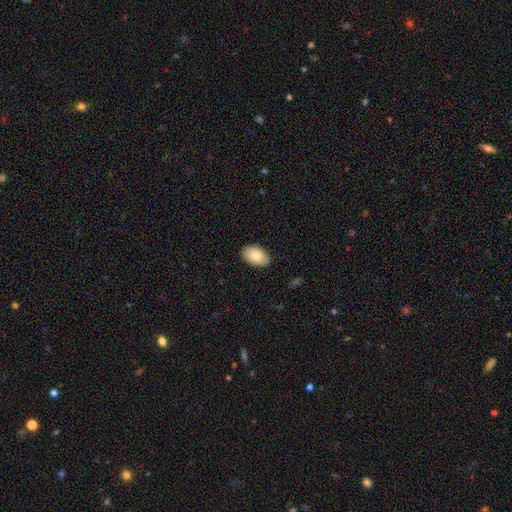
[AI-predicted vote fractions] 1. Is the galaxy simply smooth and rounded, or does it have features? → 83% smooth, 10% featured or disk, 7% star or artifact.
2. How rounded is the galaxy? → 92% in between, 7% round, 1% cigar-shaped.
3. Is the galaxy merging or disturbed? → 87% none, 10% minor disturbance, 2% major disturbance, 1% merger.